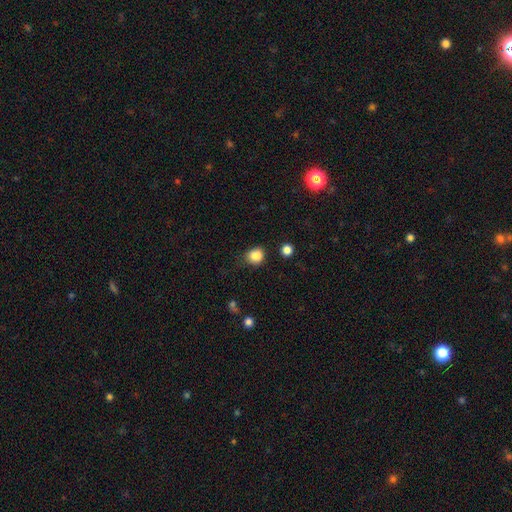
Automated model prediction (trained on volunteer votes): Morphology: type=smooth (86%); roundness=round (72%); merging=none (71%).